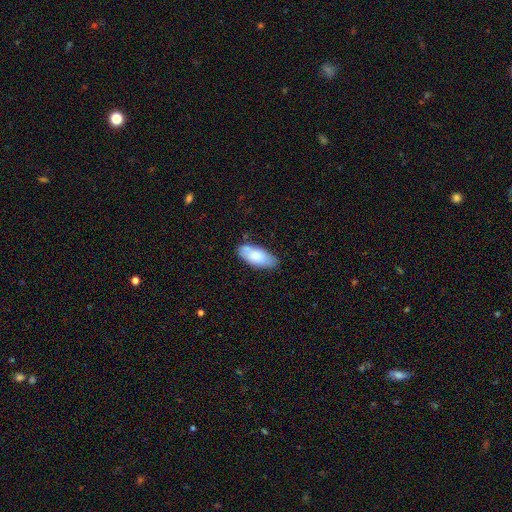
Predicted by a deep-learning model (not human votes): Smooth or featured? smooth (78%)
How rounded? in between (89%)
Merging? none (72%)